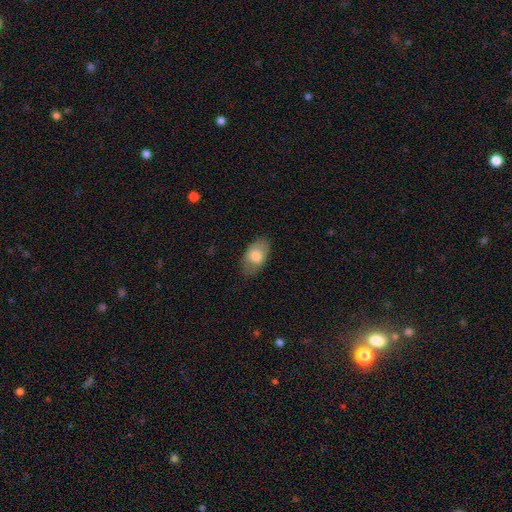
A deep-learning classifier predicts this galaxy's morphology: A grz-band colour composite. It shows a smooth galaxy with no disk features (75%) that is in between round and cigar-shaped (91%). Merging: none (77%).